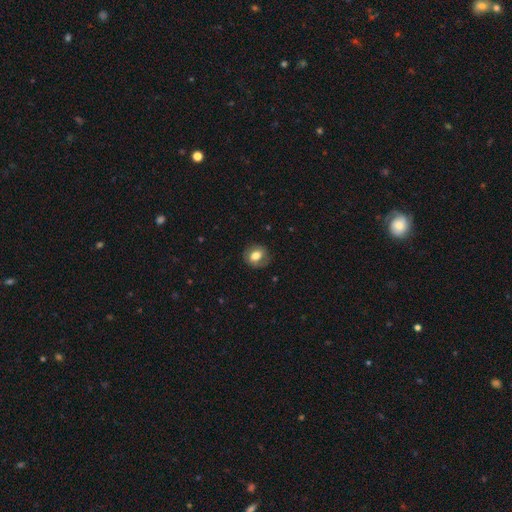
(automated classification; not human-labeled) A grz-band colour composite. It shows a smooth galaxy with no disk features (70%) that is round (60%). Merging: none (79%).